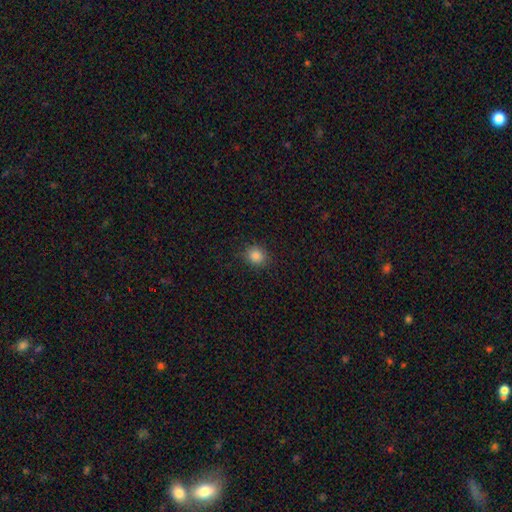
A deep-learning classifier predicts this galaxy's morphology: Smooth or featured? Predicted: smooth (p=0.84). How rounded? Predicted: round (p=0.78). Merging? Predicted: none (p=0.88).